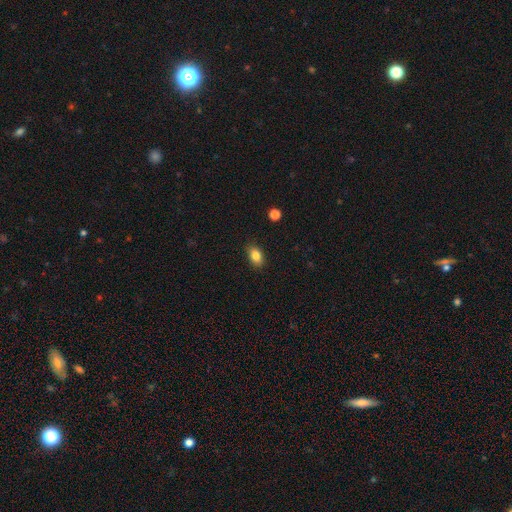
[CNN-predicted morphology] Overall: smooth (84%). How rounded: in between (84%). Merging: none (86%).